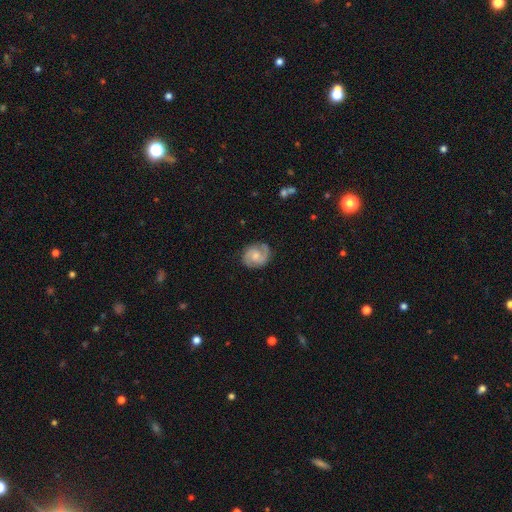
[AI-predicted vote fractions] A featured or disk galaxy (82%) with no bar (55%), 2 (90%) medium (51%) spiral arms (97%) and a moderate central bulge (45%). Merging: none (83%).